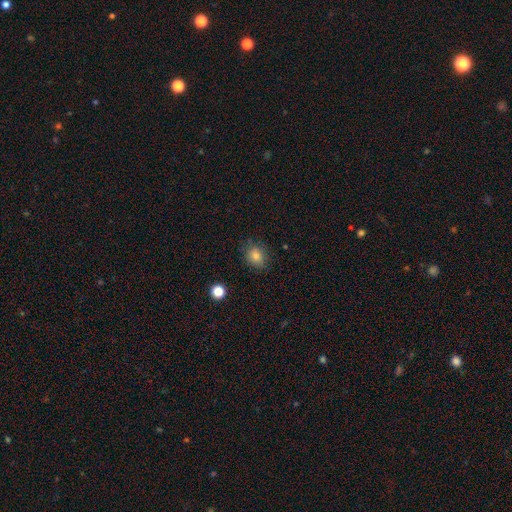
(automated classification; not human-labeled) A smooth galaxy with no disk features (81%) that is round (61%). Merging: none (82%).